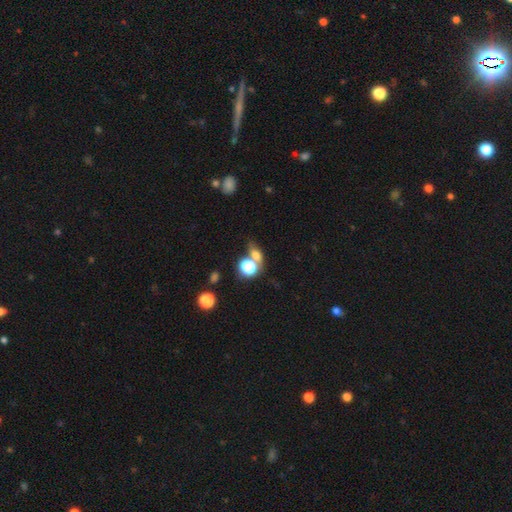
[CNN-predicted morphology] Smooth or featured: smooth — 63% (star or artifact — 24%)
How rounded: in between — 48% (round — 46%)
Merging: none — 50% (merger — 32%)